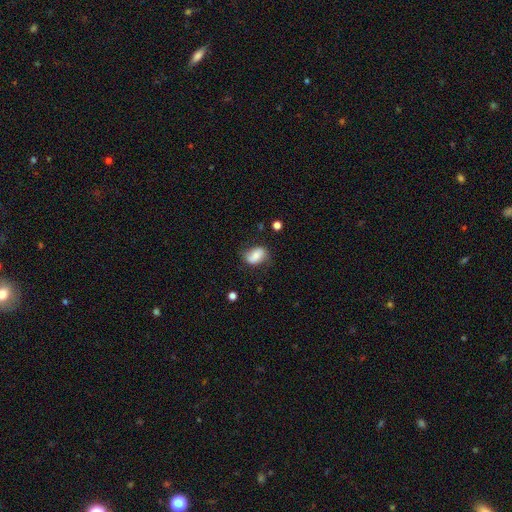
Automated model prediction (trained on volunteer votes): smooth-or-featured: smooth: 75% | featured or disk: 17% | star or artifact: 8%
  how-rounded: in between: 83% | round: 15% | cigar-shaped: 2%
  merging: none: 60% | minor disturbance: 28% | major disturbance: 10% | merger: 2%